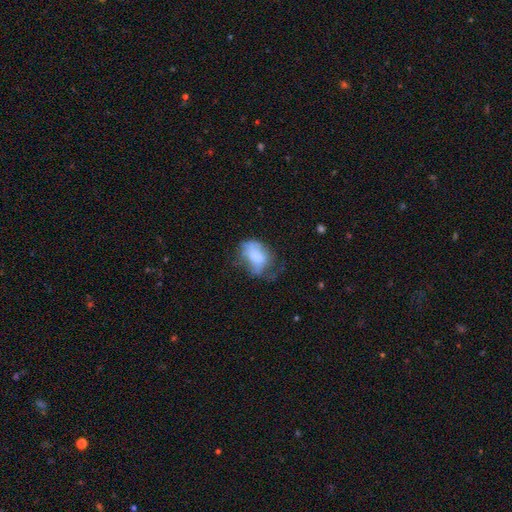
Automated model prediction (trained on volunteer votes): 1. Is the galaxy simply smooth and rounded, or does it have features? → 60% smooth, 30% featured or disk, 10% star or artifact.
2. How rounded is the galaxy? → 81% in between, 18% round, 2% cigar-shaped.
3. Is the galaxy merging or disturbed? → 38% major disturbance, 30% minor disturbance, 28% none, 5% merger.